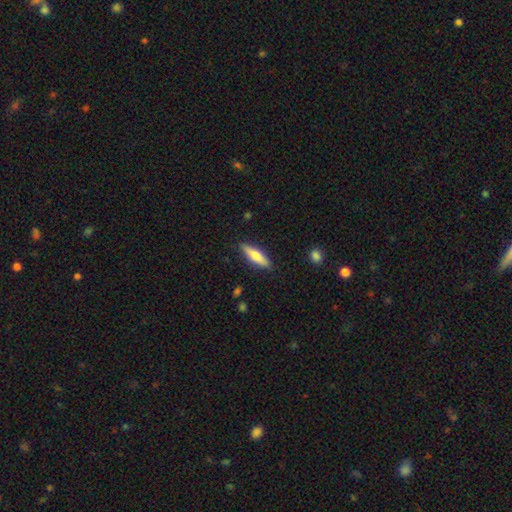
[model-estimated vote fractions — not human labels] smooth_or_featured: smooth (p=0.61) [alt: featured or disk p=0.33]
how_rounded: cigar-shaped (p=0.63) [alt: in between p=0.35]
merging: none (p=0.87) [alt: minor disturbance p=0.09]